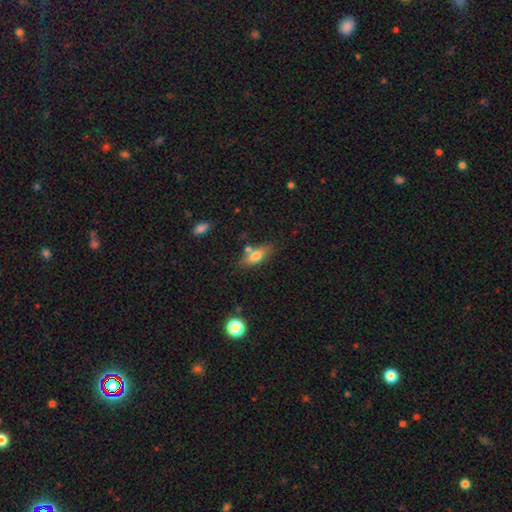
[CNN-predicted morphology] A smooth galaxy with no disk features (72%) that is in between round and cigar-shaped (75%). Merging: none (65%).